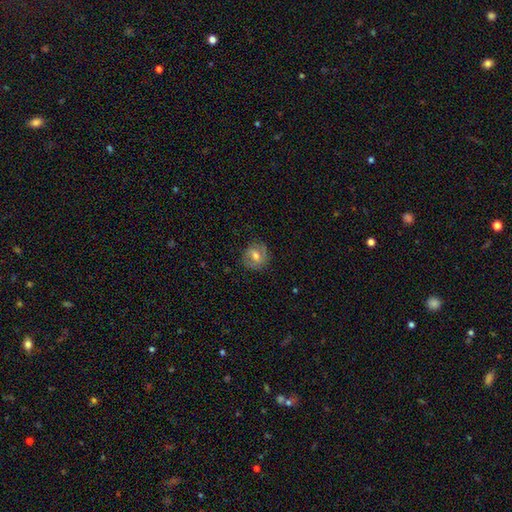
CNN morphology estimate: A smooth galaxy with no disk features (48%). Merging: none (76%).